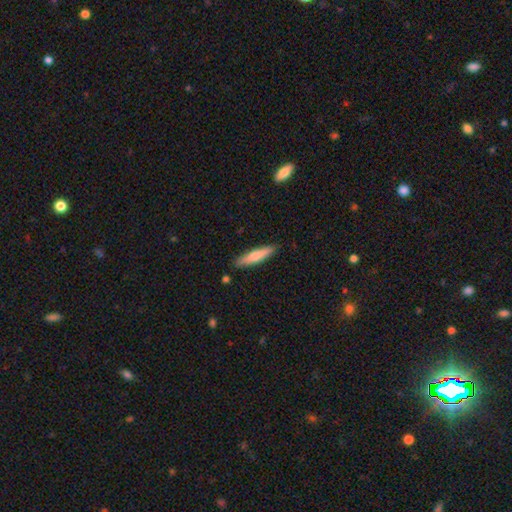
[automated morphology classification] This is likely a smooth galaxy (73%). How rounded: clearly cigar-shaped (83%). Merging: clearly none (87%).